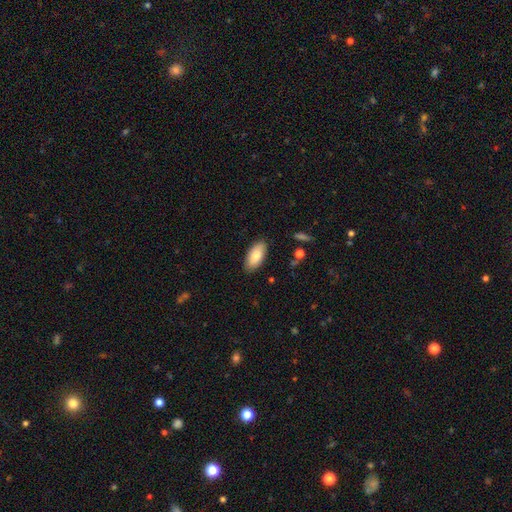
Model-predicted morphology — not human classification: smooth-or-featured: smooth: 82% | featured or disk: 12% | star or artifact: 6%
  how-rounded: in between: 92% | cigar-shaped: 6% | round: 2%
  merging: none: 85% | minor disturbance: 11% | major disturbance: 2% | merger: 1%